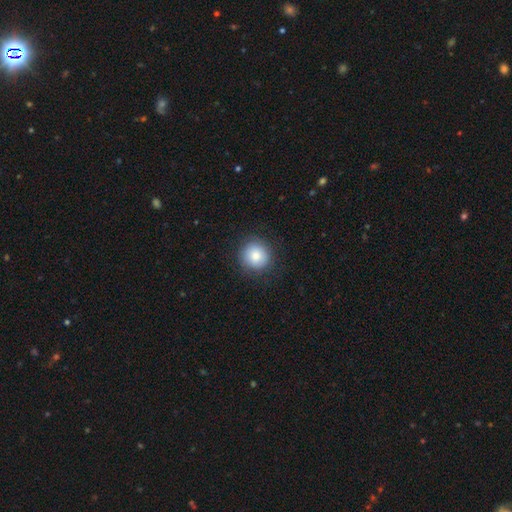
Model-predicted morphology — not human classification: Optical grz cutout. It shows a smooth galaxy with no disk features (83%) that is round (92%). Merging: none (87%).